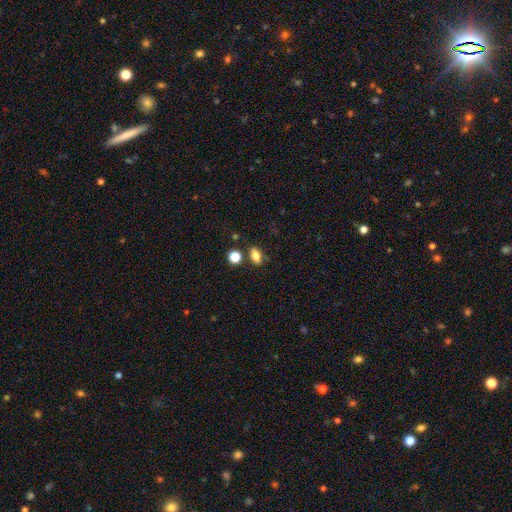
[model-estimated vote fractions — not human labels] smooth 78%, star or artifact 11%, featured or disk 10%. Down the decision tree: how rounded — in between (81%); merging — none (78%).